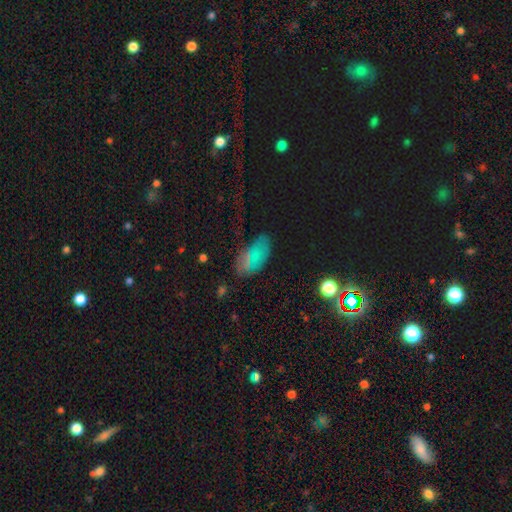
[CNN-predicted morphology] Smooth or featured: smooth — 58% (star or artifact — 26%)
How rounded: in between — 91% (round — 5%)
Merging: none — 72% (minor disturbance — 19%)